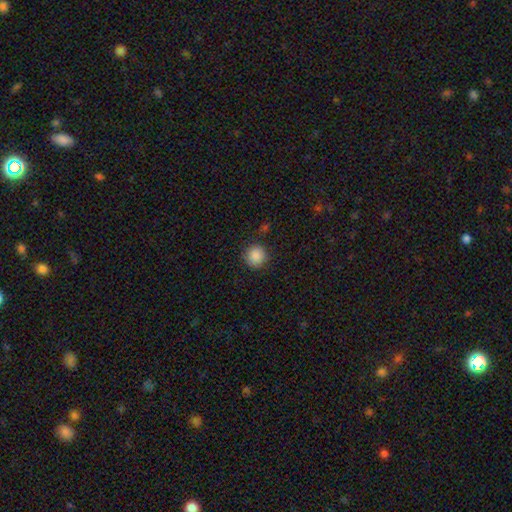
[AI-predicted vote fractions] The model was most divided on "smooth or featured": smooth: 88%, star or artifact: 9%, featured or disk: 3%. More confident: how rounded — round (94%); merging — none (89%).